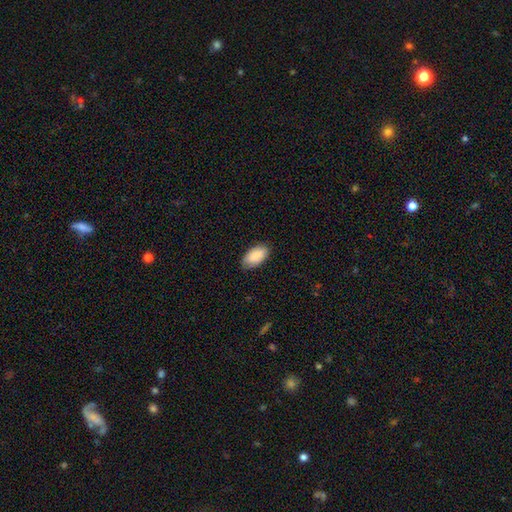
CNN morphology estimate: smooth-or-featured: smooth: 90% | star or artifact: 6% | featured or disk: 4%
  how-rounded: in between: 95% | round: 3% | cigar-shaped: 2%
  merging: none: 83% | minor disturbance: 13% | major disturbance: 2% | merger: 1%